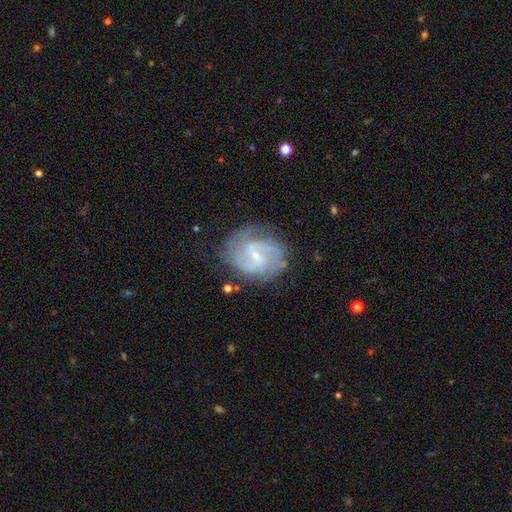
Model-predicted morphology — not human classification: Smooth or featured? Predicted: featured or disk (p=0.84). Edge-on disk? Predicted: no (p=0.98). Bar? Predicted: weak (p=0.57). Spiral arms? Predicted: yes (p=0.94). Spiral winding? Predicted: medium (p=0.48). Spiral arm count? Predicted: 2 (p=0.55). Bulge size? Predicted: small (p=0.74). Merging? Predicted: none (p=0.72).